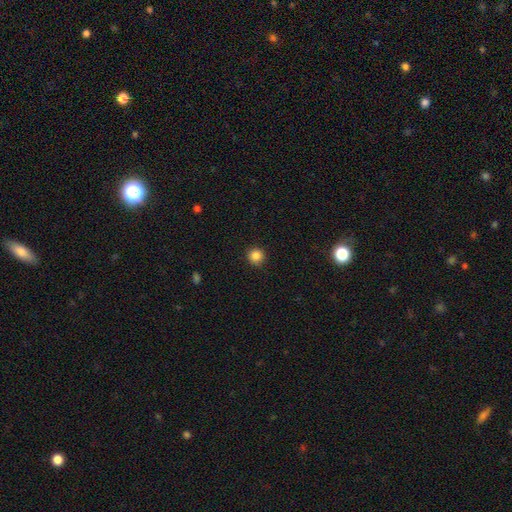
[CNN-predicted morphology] smooth_or_featured: smooth (p=0.85) [alt: star or artifact p=0.11]
how_rounded: round (p=0.94) [alt: in between p=0.05]
merging: none (p=0.91) [alt: minor disturbance p=0.06]